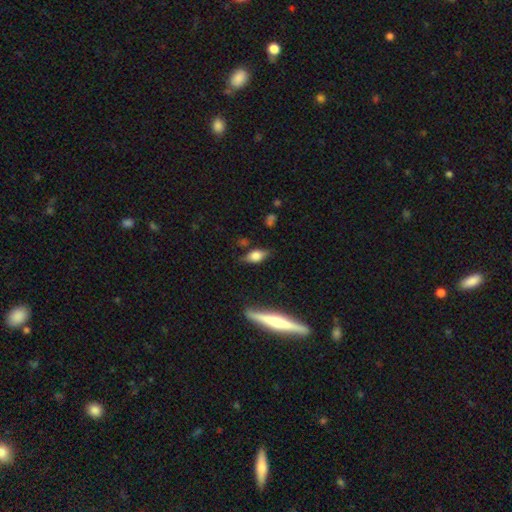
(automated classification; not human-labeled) A smooth galaxy with no disk features (68%) that is in between round and cigar-shaped (78%). Merging: none (69%).